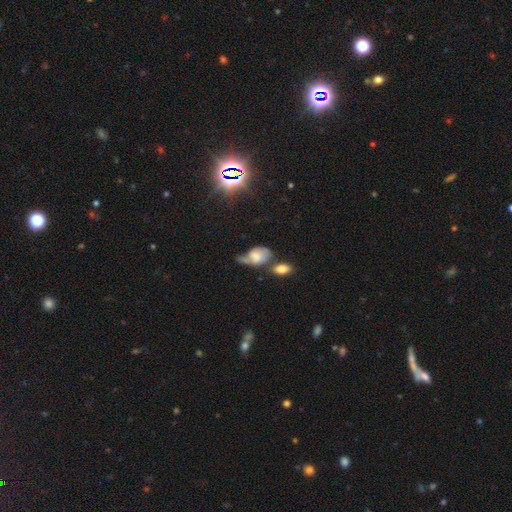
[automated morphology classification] Q: Smooth or featured?
A: featured or disk (47%); runner-up: smooth (42%)
Q: Merging?
A: major disturbance (26%); tied with: minor disturbance (26%)